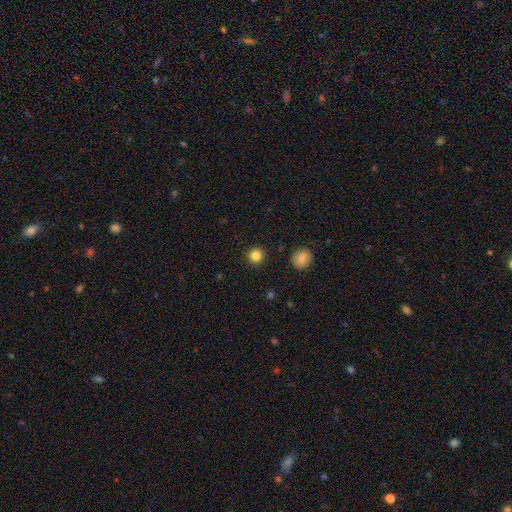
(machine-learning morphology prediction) smooth_or_featured: smooth (p=0.84) [alt: star or artifact p=0.12]
how_rounded: round (p=0.94) [alt: in between p=0.05]
merging: none (p=0.92) [alt: minor disturbance p=0.05]